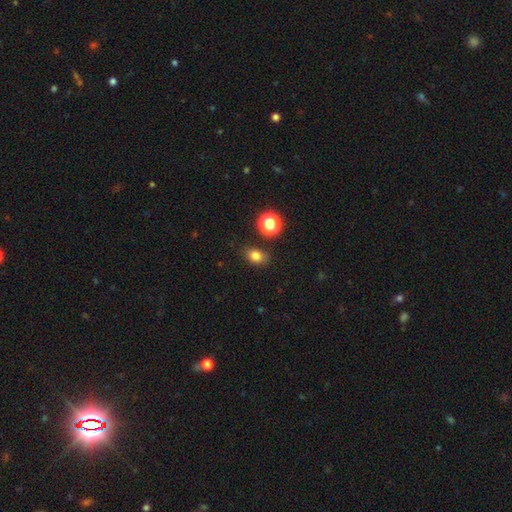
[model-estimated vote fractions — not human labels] smooth 79%, star or artifact 15%, featured or disk 7%. Down the decision tree: how rounded — in between (64%); merging — none (79%).